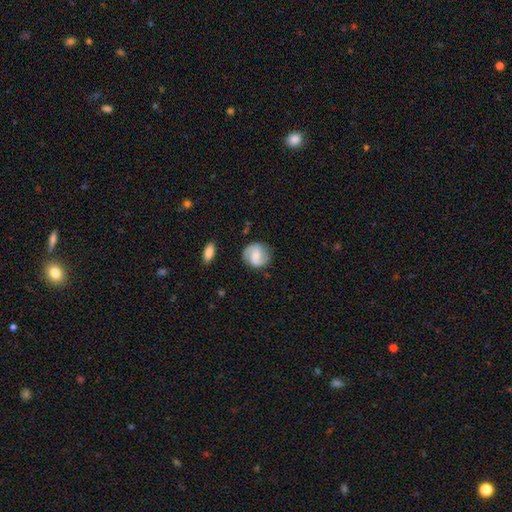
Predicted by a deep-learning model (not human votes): Smooth or featured? featured or disk (64%)
Edge-on disk? no (98%)
Bar? weak (46%)
Spiral arms? yes (93%)
Spiral winding? medium (46%)
Spiral arm count? 2 (87%)
Bulge size? small (42%)
Merging? none (81%)